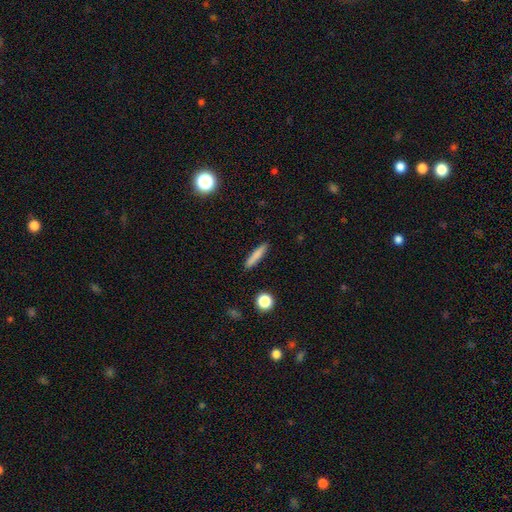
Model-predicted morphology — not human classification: smooth 78%, featured or disk 15%, star or artifact 8%. Down the decision tree: how rounded — cigar-shaped (90%); merging — none (90%).